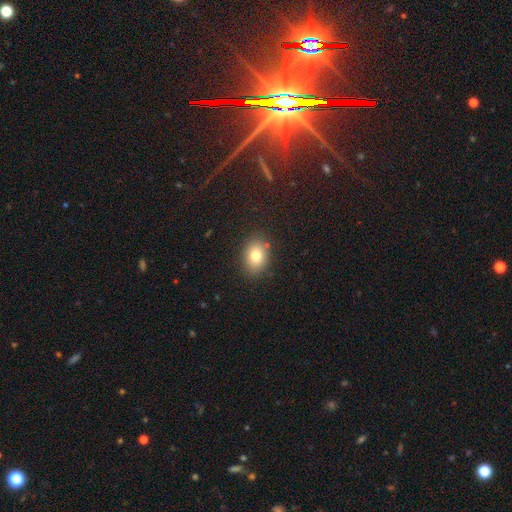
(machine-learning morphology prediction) Smooth or featured? smooth (78%)
How rounded? in between (69%)
Merging? none (85%)